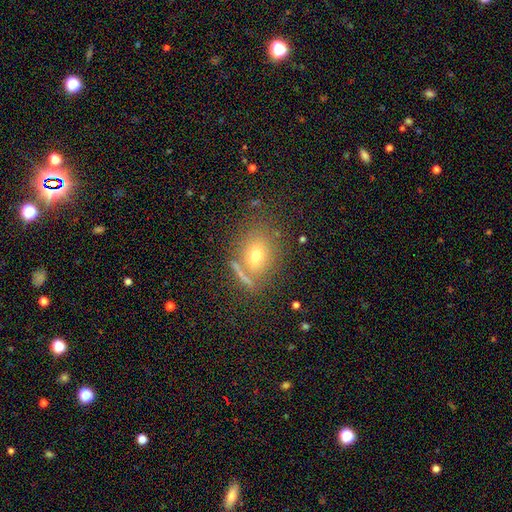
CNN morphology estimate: smooth-or-featured: smooth: 66% | featured or disk: 19% | star or artifact: 15%
  how-rounded: in between: 55% | round: 43% | cigar-shaped: 3%
  merging: none: 65% | minor disturbance: 14% | merger: 14% | major disturbance: 8%